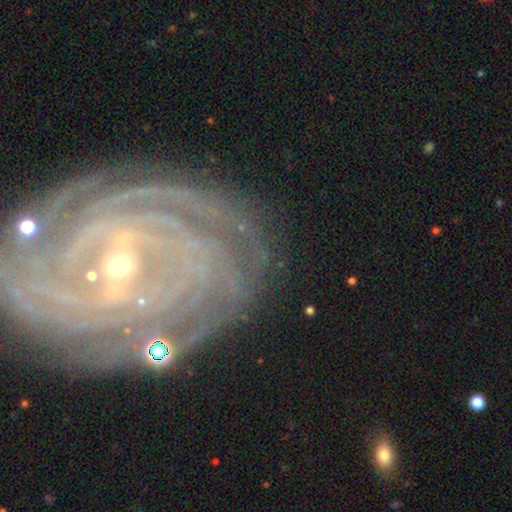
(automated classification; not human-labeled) smooth_or_featured: featured or disk (p=0.80) [alt: star or artifact p=0.11]
disk_edge_on: no (p=0.95) [alt: yes p=0.05]
bar: no (p=0.43) [alt: strong p=0.29]
has_spiral_arms: yes (p=0.95) [alt: no p=0.05]
spiral_winding: tight (p=0.84) [alt: medium p=0.13]
spiral_arm_count: can't tell (p=0.26) [alt: more than 4 p=0.21]
bulge_size: small (p=0.70) [alt: moderate p=0.23]
merging: none (p=0.76) [alt: minor disturbance p=0.14]